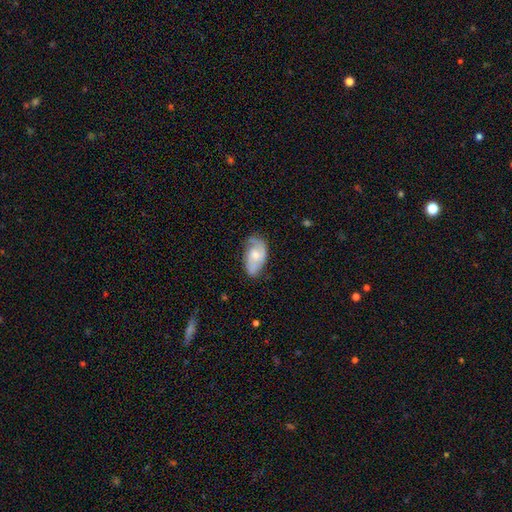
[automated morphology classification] A featured or disk galaxy (64%) with no bar (66%), 2 (70%) medium (44%) spiral arms (87%) and a moderate central bulge (50%). Merging: none (59%).